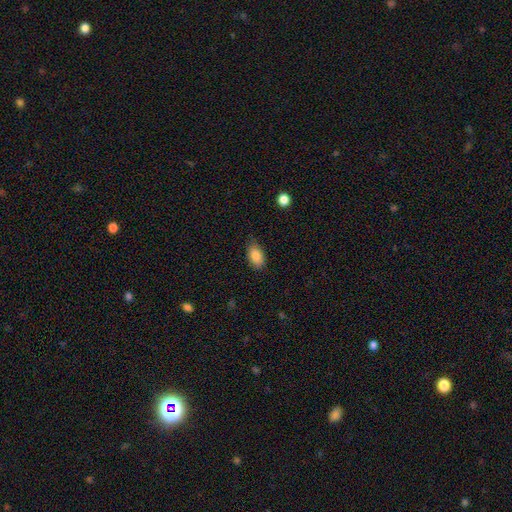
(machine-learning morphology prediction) A smooth galaxy with no disk features (85%) that is in between round and cigar-shaped (91%). Merging: none (77%).